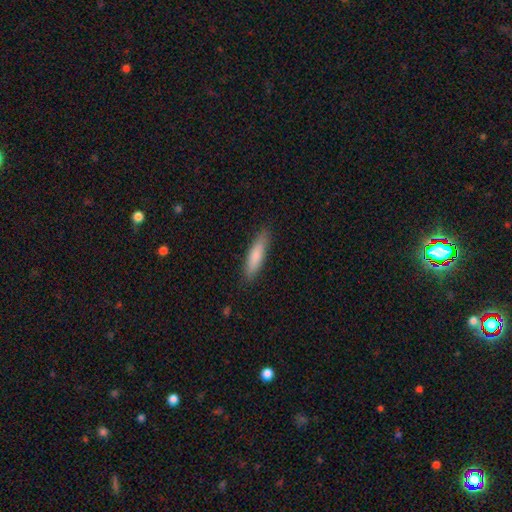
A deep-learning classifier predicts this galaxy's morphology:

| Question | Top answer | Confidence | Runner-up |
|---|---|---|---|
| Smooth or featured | smooth | 81% | featured or disk (13%) |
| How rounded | cigar-shaped | 76% | in between (22%) |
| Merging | none | 87% | minor disturbance (10%) |